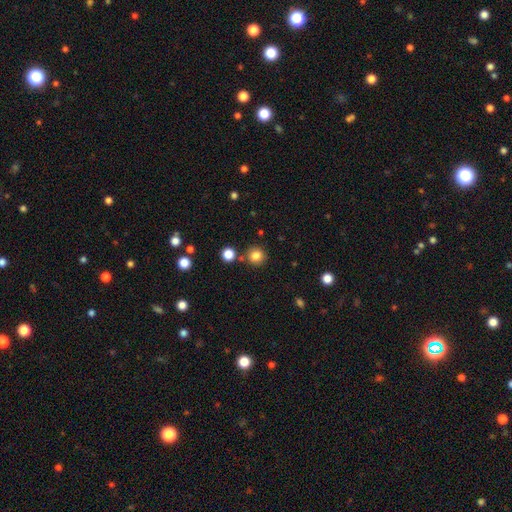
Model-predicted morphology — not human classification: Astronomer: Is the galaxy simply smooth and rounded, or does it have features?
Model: smooth — 83%.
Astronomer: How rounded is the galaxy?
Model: round — 92%.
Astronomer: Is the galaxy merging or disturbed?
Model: none — 82%.